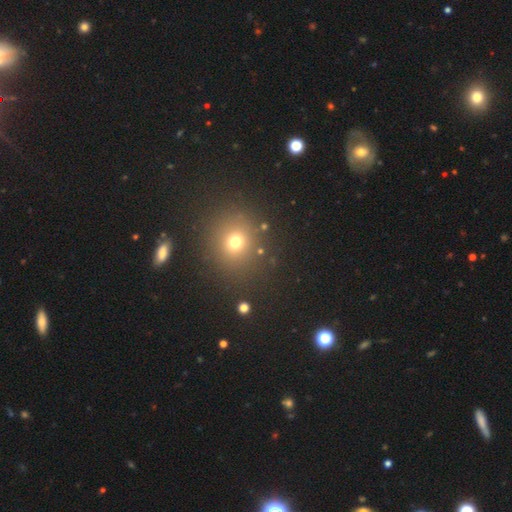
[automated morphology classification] Overall: smooth (54%; star or artifact 38%). How rounded: round (85%). Merging: none (87%).